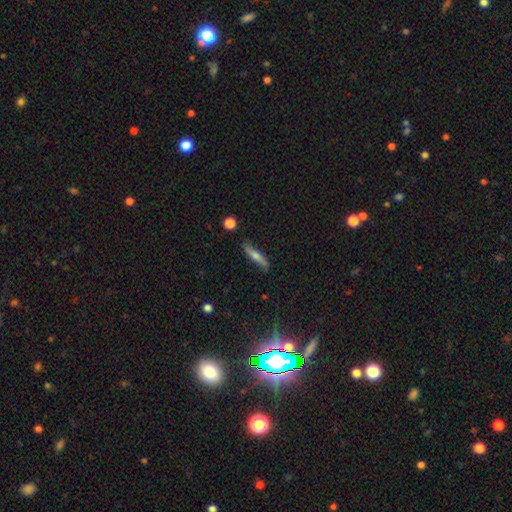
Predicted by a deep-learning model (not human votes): Smooth or featured? Predicted: smooth (p=0.50). How rounded? Predicted: cigar-shaped (p=0.84). Merging? Predicted: none (p=0.82).